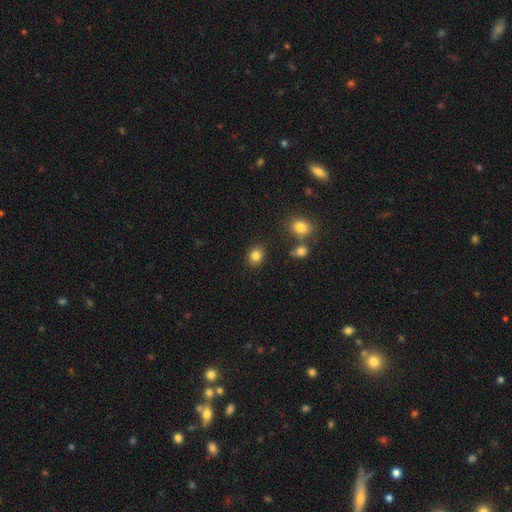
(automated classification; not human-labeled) A smooth galaxy with no disk features (83%) that is round (60%). Merging: none (85%).